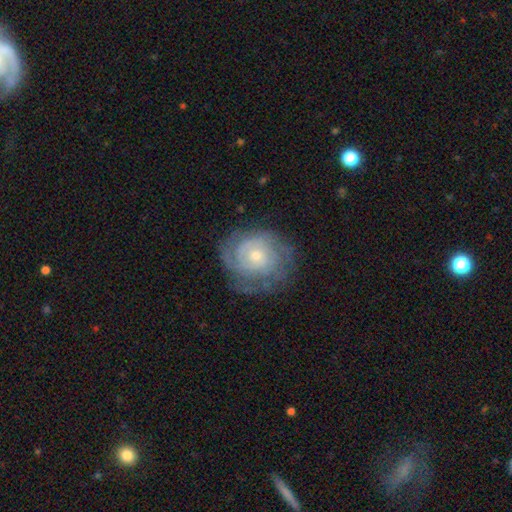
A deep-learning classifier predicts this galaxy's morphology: type=featured or disk (74%); edge-on=no (97%); bar=no (80%); spiral arms=yes (88%); winding=tight (74%); arm count=can't tell (47%); bulge=small (58%); merging=none (71%).